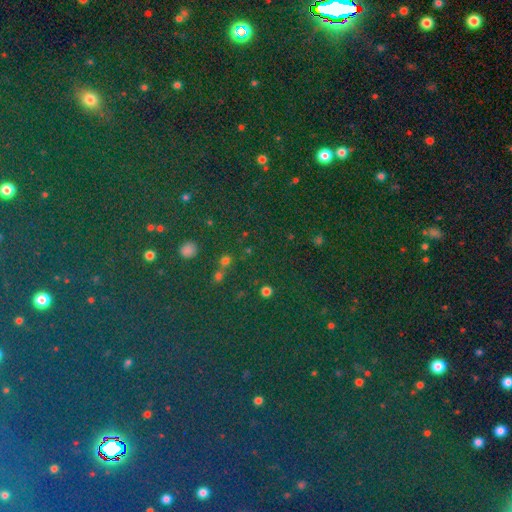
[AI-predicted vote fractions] The model was most divided on "smooth or featured": star or artifact: 80%, smooth: 12%, featured or disk: 7%.